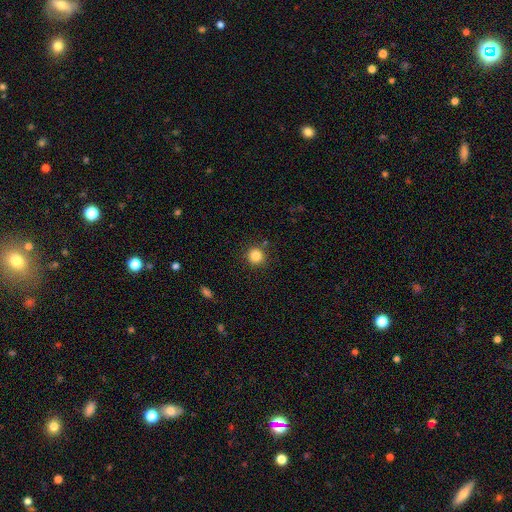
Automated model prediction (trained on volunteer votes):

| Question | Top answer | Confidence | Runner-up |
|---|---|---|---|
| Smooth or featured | smooth | 84% | star or artifact (11%) |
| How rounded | round | 93% | in between (6%) |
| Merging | none | 87% | minor disturbance (7%) |